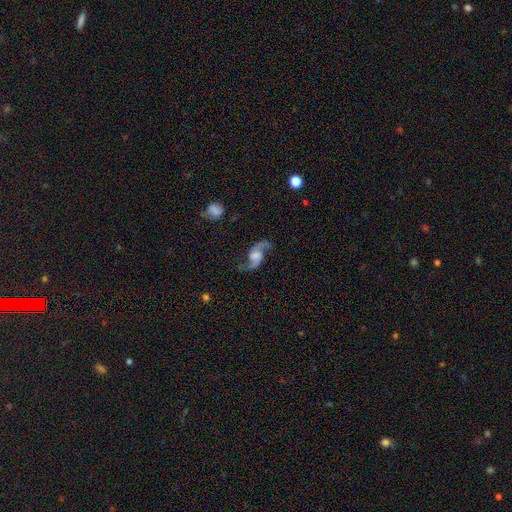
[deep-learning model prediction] A featured or disk galaxy (89%) with no bar (45%), 2 (94%) loose (75%) spiral arms (97%) and a moderate central bulge (32%). Merging: none (77%).